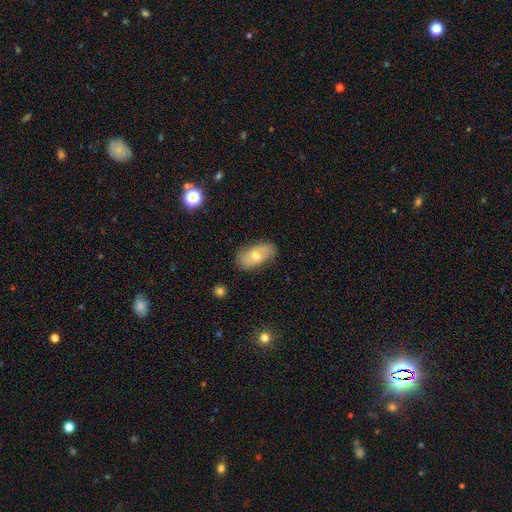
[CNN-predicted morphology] smooth-or-featured: featured or disk: 47% | smooth: 44% | star or artifact: 9%
  merging: none: 81% | minor disturbance: 14% | major disturbance: 3% | merger: 1%